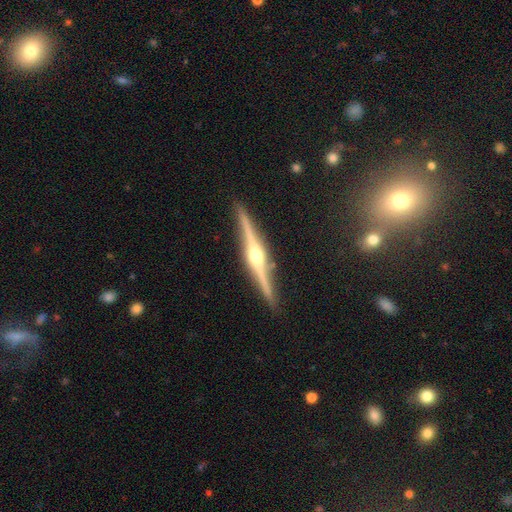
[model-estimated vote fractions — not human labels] smooth-or-featured: featured or disk: 87% | smooth: 8% | star or artifact: 5%
  disk-edge-on: yes: 98% | no: 2%
    edge-on-bulge: rounded: 93% | boxy: 4% | none: 3%
  merging: none: 90% | minor disturbance: 7% | major disturbance: 1% | merger: 1%